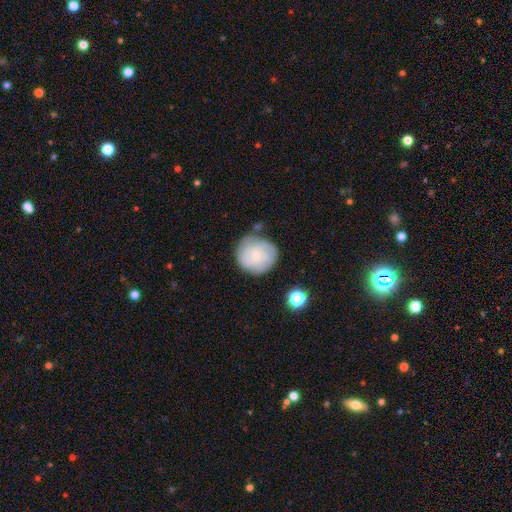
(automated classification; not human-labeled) The model was most divided on "smooth or featured": smooth: 58%, featured or disk: 34%, star or artifact: 8%. More confident: how rounded — round (89%); merging — none (66%).